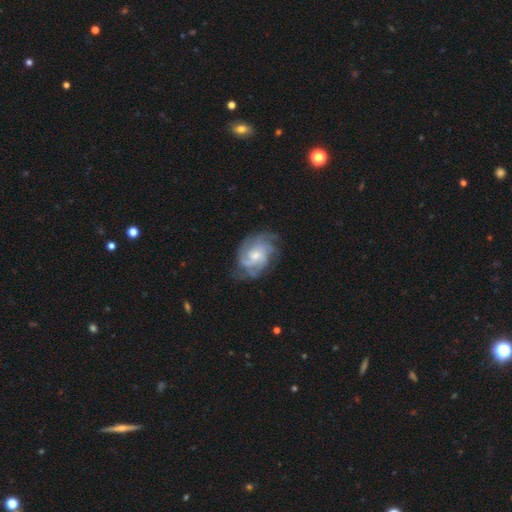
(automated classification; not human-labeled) Smooth or featured?
  - featured or disk: 81% *
  - smooth: 13%
  - star or artifact: 6%
Edge-on disk?
  - no: 97% *
  - yes: 3%
Bar?
  - no: 65% *
  - weak: 31%
  - strong: 4%
Spiral arms?
  - yes: 95% *
  - no: 5%
Spiral winding?
  - tight: 48% *
  - medium: 39%
  - loose: 13%
Spiral arm count?
  - can't tell: 31% *
  - 3: 23%
  - 4: 21%
  - 2: 13%
  - more than 4: 7%
  - 1: 6%
Bulge size?
  - small: 46% * (tied)
  - moderate: 46% * (tied)
  - large: 4%
  - none: 3%
  - dominant: 1%
Merging?
  - none: 67% *
  - minor disturbance: 21%
  - major disturbance: 11%
  - merger: 1%